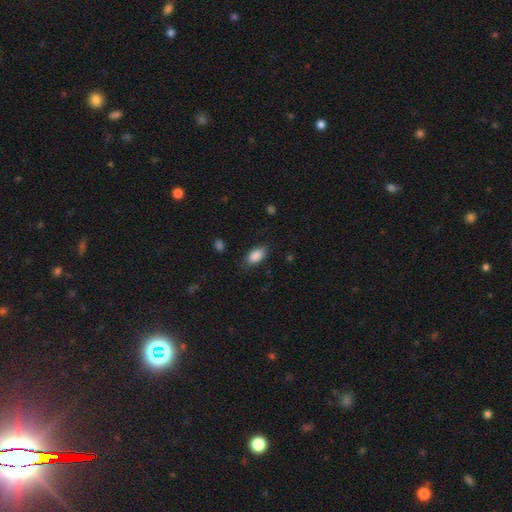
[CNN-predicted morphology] Overall: smooth (88%). How rounded: in between (92%). Merging: none (80%).